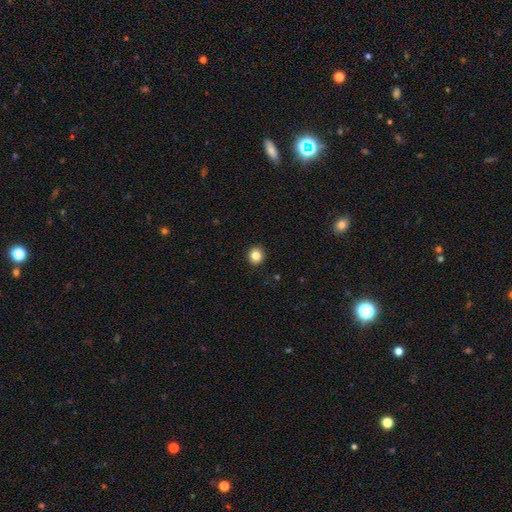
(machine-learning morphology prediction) A smooth galaxy with no disk features (84%) that is round (91%). Merging: none (93%).